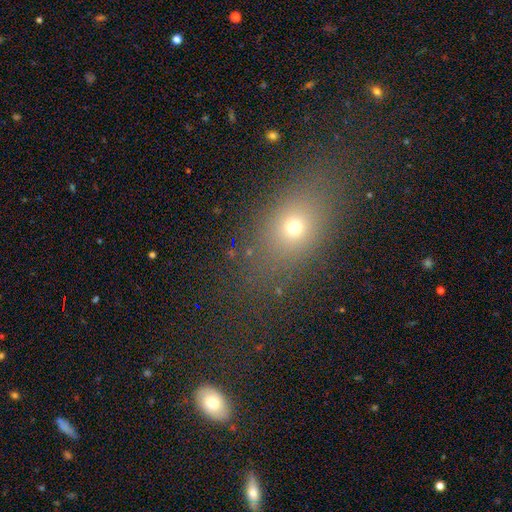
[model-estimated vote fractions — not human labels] Smooth or featured? smooth (62%)
How rounded? in between (63%)
Merging? none (79%)